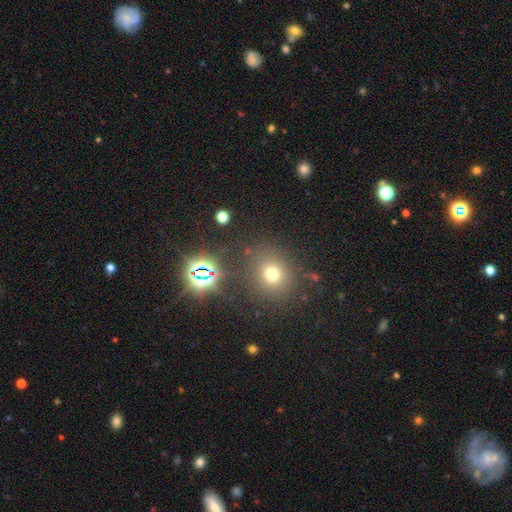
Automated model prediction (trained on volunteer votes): smooth 50%, star or artifact 42%, featured or disk 8%. Down the decision tree: merging — none (84%).